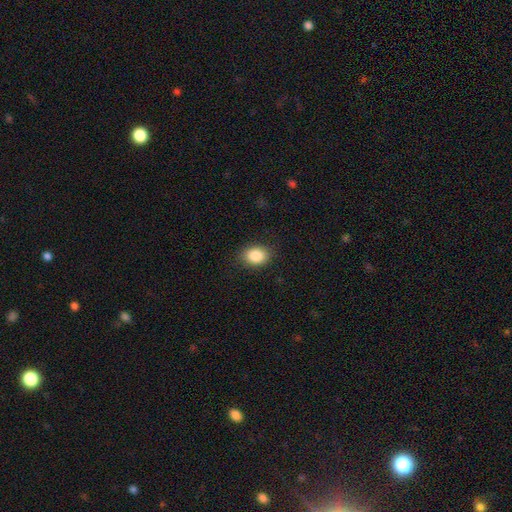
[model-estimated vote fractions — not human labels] A smooth galaxy with no disk features (87%) that is in between round and cigar-shaped (66%). Merging: none (86%).